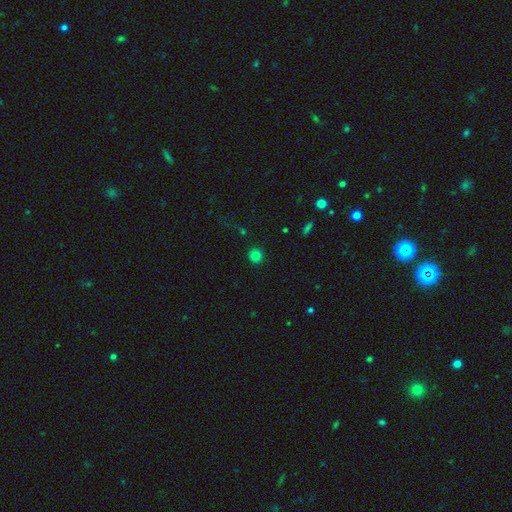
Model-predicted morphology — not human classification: A smooth galaxy with no disk features (81%) that is round (94%). Merging: none (91%).